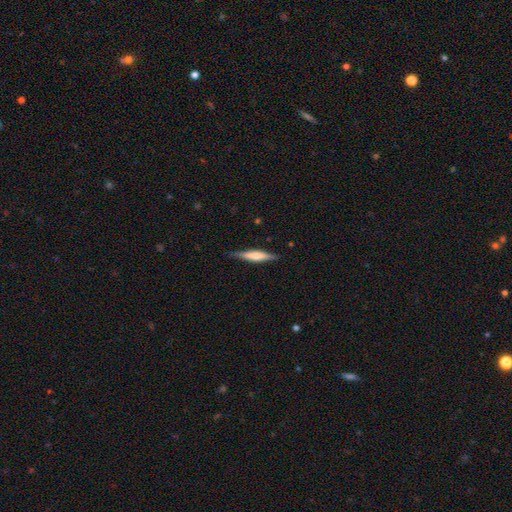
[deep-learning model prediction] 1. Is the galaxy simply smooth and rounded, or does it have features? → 49% featured or disk, 45% smooth, 6% star or artifact.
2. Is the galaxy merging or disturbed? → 86% none, 11% minor disturbance, 2% major disturbance, 1% merger.